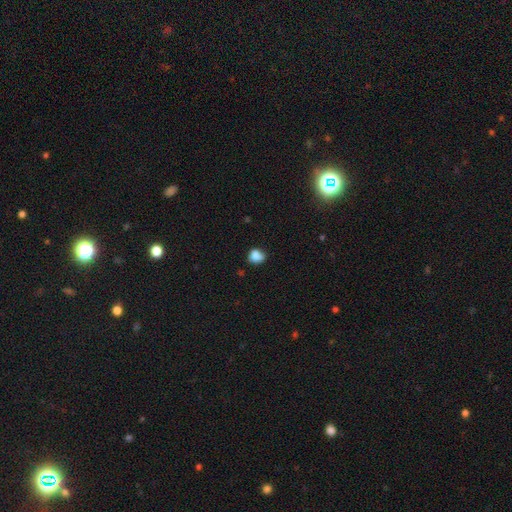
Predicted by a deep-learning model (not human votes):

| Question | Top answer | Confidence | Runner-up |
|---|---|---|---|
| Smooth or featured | smooth | 82% | star or artifact (11%) |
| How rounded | round | 55% | in between (44%) |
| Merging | none | 50% | minor disturbance (30%) |